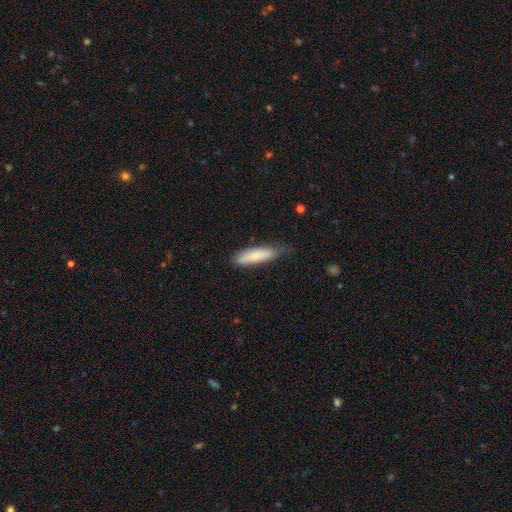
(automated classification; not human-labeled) smooth 80%, featured or disk 14%, star or artifact 6%. Down the decision tree: how rounded — cigar-shaped (64%); merging — none (63%).